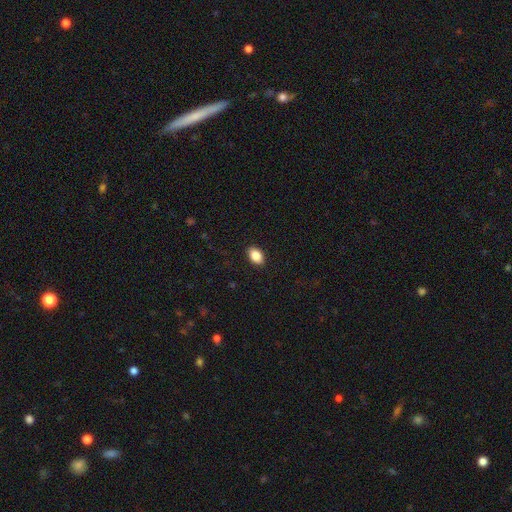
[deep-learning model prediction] Smooth or featured? Predicted: smooth (p=0.87). How rounded? Predicted: in between (p=0.87). Merging? Predicted: none (p=0.90).